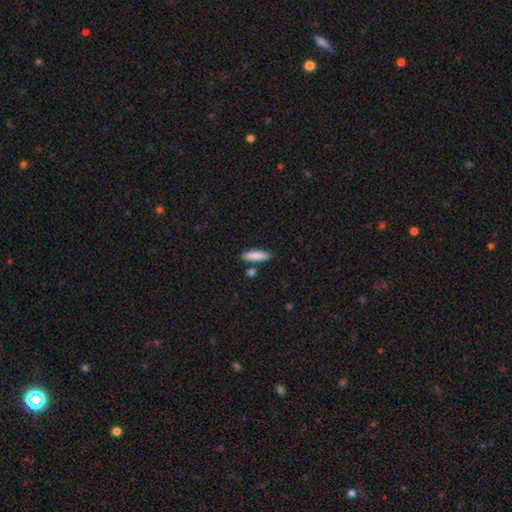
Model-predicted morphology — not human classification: Q: Smooth or featured?
A: smooth (88%); runner-up: featured or disk (7%)
Q: How rounded?
A: cigar-shaped (60%); runner-up: in between (38%)
Q: Merging?
A: none (82%); runner-up: minor disturbance (10%)